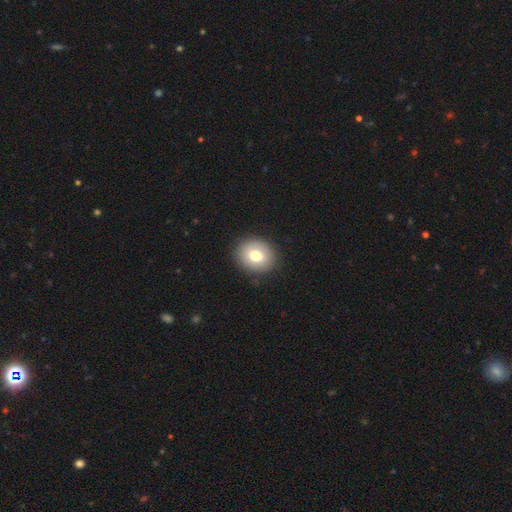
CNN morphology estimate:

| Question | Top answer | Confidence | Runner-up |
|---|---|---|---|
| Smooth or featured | smooth | 74% | featured or disk (16%) |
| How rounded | round | 65% | in between (34%) |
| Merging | none | 90% | minor disturbance (7%) |